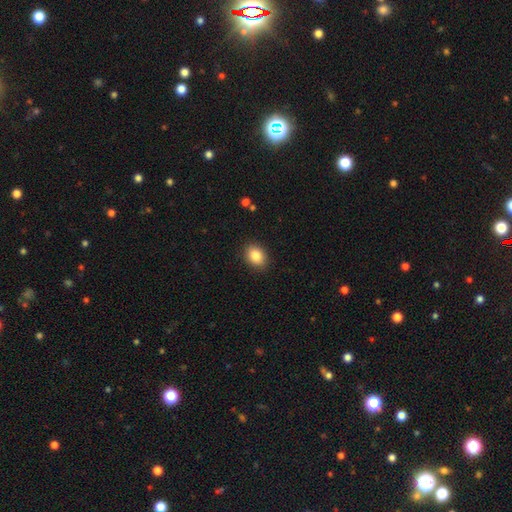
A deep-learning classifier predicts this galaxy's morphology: smooth-or-featured: smooth: 86% | star or artifact: 9% | featured or disk: 6%
  how-rounded: in between: 64% | round: 35% | cigar-shaped: 1%
  merging: none: 89% | minor disturbance: 8% | major disturbance: 2% | merger: 1%